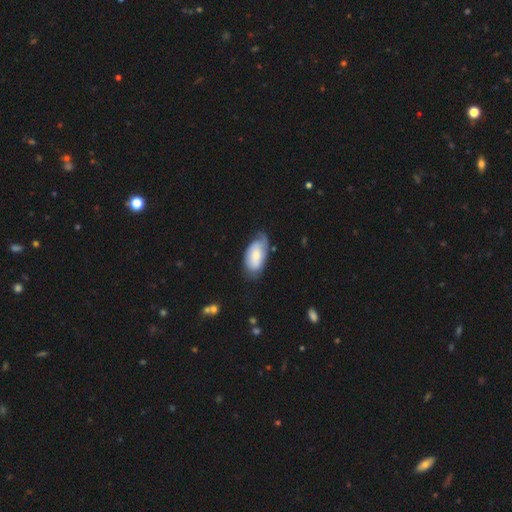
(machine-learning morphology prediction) A smooth galaxy with no disk features (54%) that is in between round and cigar-shaped (93%).

Vote fractions:
- Smooth or featured? smooth: 54% / featured or disk: 40% / star or artifact: 6%
- How rounded? in between: 93% / cigar-shaped: 4% / round: 3%
- Merging? none: 53% / minor disturbance: 33% / major disturbance: 11% / merger: 2%